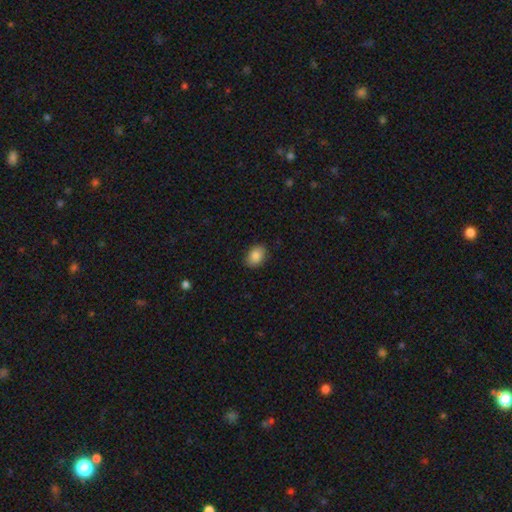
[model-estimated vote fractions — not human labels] This appears to be a smooth galaxy with no disk features (85%) that is in between round and cigar-shaped (77%). Merging: none (88%).